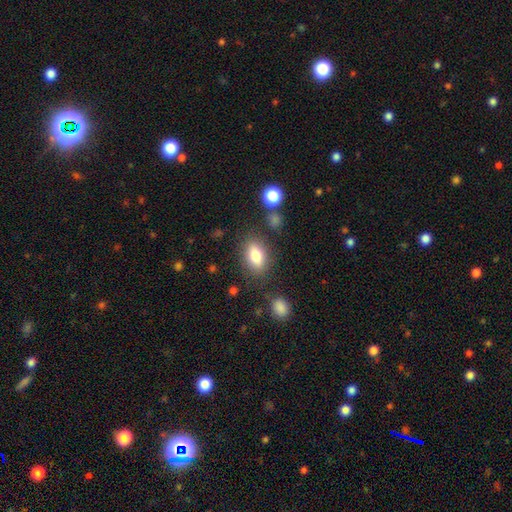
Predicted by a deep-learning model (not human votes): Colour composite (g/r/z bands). It shows a smooth galaxy with no disk features (78%) that is in between round and cigar-shaped (83%). Merging: none (80%).